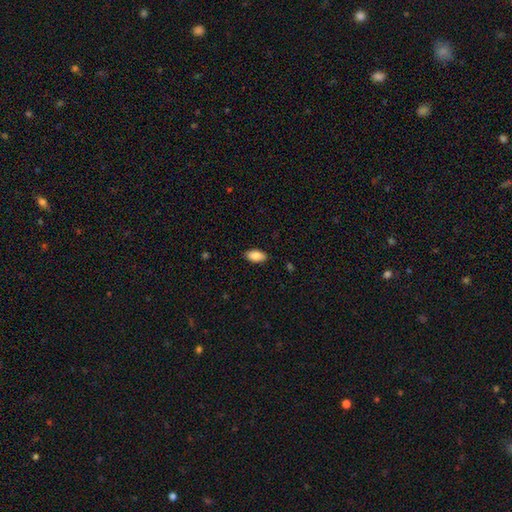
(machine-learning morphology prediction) smooth-or-featured: smooth: 87% | star or artifact: 7% | featured or disk: 6%
  how-rounded: in between: 93% | cigar-shaped: 5% | round: 2%
  merging: none: 89% | minor disturbance: 9% | major disturbance: 2% | merger: 1%